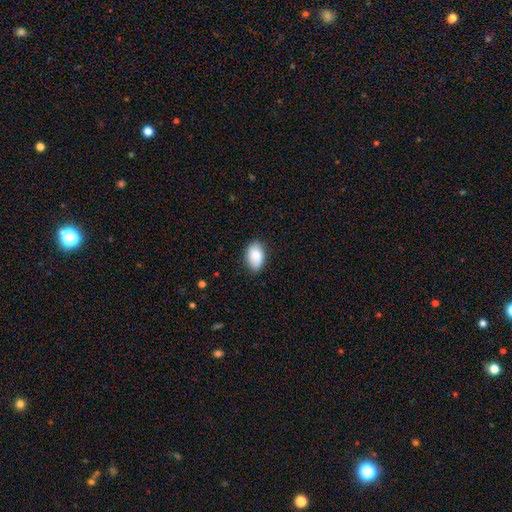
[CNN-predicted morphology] A smooth galaxy with no disk features (86%) that is in between round and cigar-shaped (92%).

Vote fractions:
- Smooth or featured? smooth: 86% / featured or disk: 8% / star or artifact: 7%
- How rounded? in between: 92% / round: 7% / cigar-shaped: 1%
- Merging? none: 83% / minor disturbance: 14% / major disturbance: 2% / merger: 1%